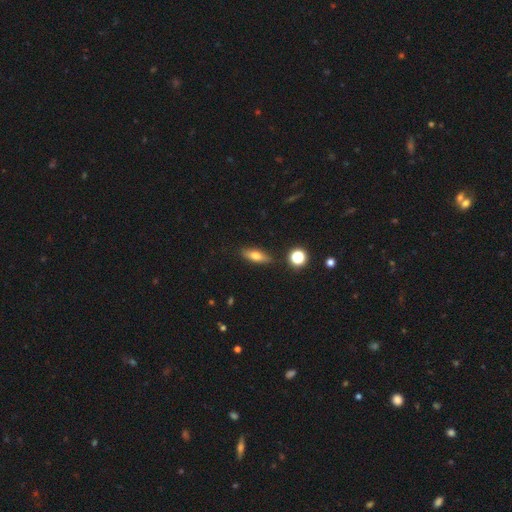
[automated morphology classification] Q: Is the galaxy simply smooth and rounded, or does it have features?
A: smooth — 64%.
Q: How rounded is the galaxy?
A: in between — 55%.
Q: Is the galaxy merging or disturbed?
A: none — 85%.